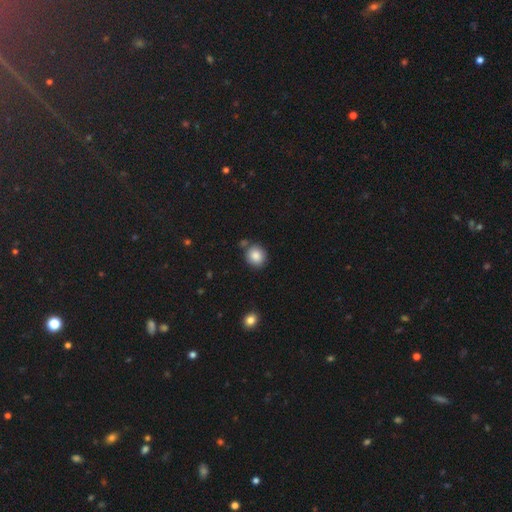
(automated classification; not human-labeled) Smooth or featured?
  - smooth: 86% *
  - star or artifact: 9%
  - featured or disk: 5%
How rounded?
  - round: 79% *
  - in between: 20%
  - cigar-shaped: 1%
Merging?
  - none: 77% *
  - minor disturbance: 11%
  - merger: 9%
  - major disturbance: 3%